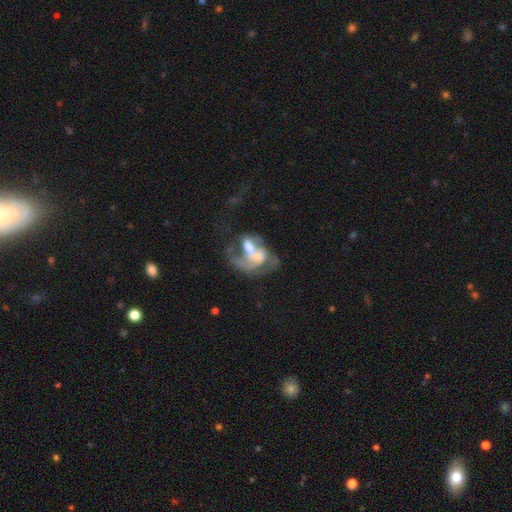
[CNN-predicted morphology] smooth_or_featured: featured or disk (p=0.68) [alt: smooth p=0.22]
disk_edge_on: no (p=0.97) [alt: yes p=0.03]
bar: no (p=0.64) [alt: weak p=0.26]
has_spiral_arms: yes (p=0.58) [alt: no p=0.42]
bulge_size: moderate (p=0.45) [alt: small p=0.20]
merging: merger (p=0.58) [alt: major disturbance p=0.24]